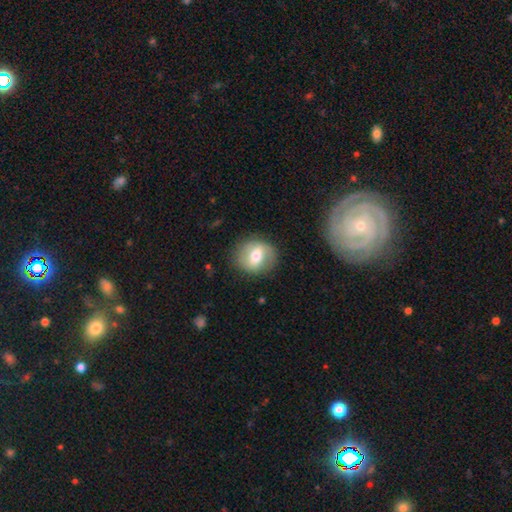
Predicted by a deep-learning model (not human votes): smooth_or_featured: smooth (p=0.49) [alt: featured or disk p=0.43]
merging: none (p=0.82) [alt: minor disturbance p=0.12]